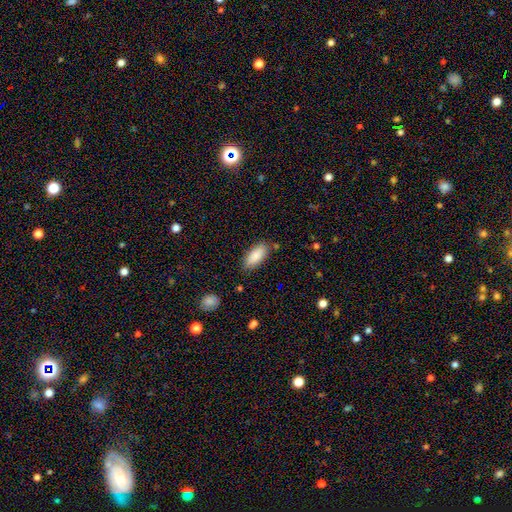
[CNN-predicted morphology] A smooth galaxy with no disk features (86%) that is in between round and cigar-shaped (84%). Merging: none (81%).